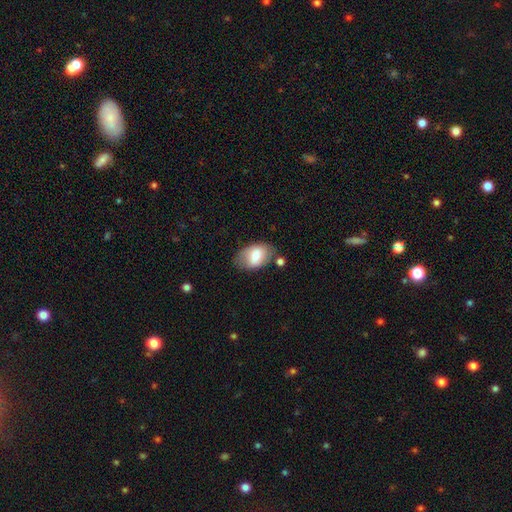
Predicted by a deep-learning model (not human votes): smooth_or_featured: smooth (p=0.71) [alt: featured or disk p=0.22]
how_rounded: in between (p=0.89) [alt: round p=0.09]
merging: none (p=0.65) [alt: minor disturbance p=0.22]